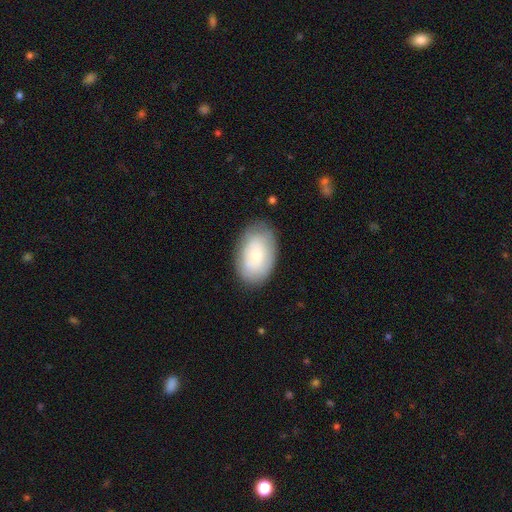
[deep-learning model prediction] Smooth or featured? Predicted: smooth (p=0.73). How rounded? Predicted: in between (p=0.92). Merging? Predicted: none (p=0.79).